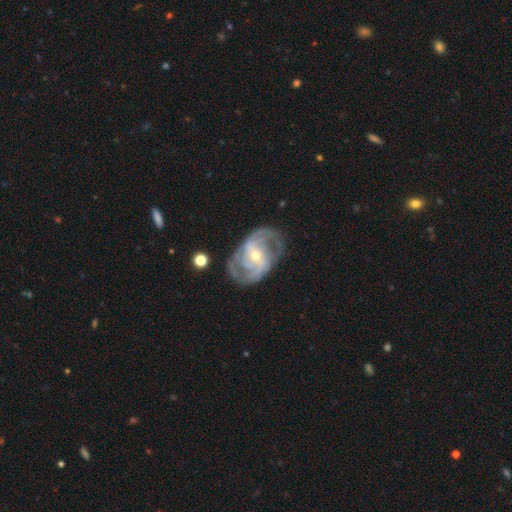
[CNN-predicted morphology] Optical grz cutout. It shows a featured or disk galaxy (88%) with a weak bar (40%), 2 (63%) medium (50%) spiral arms (95%) and a small central bulge (53%). Merging: none (72%).